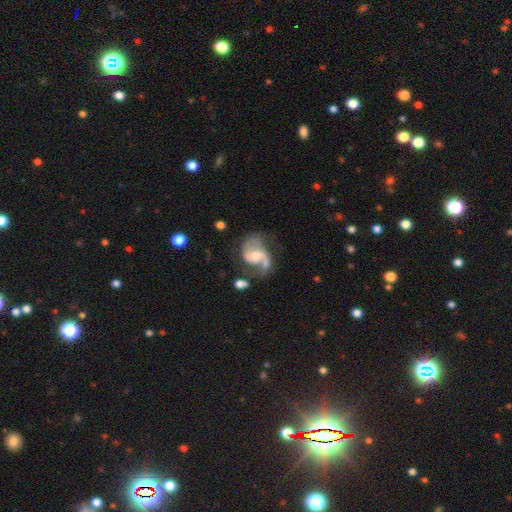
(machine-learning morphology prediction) Smooth or featured? Predicted: featured or disk (p=0.81). Edge-on disk? Predicted: no (p=0.98). Bar? Predicted: no (p=0.52). Spiral arms? Predicted: yes (p=0.93). Spiral winding? Predicted: medium (p=0.48). Spiral arm count? Predicted: 2 (p=0.78). Bulge size? Predicted: moderate (p=0.57). Merging? Predicted: none (p=0.44).